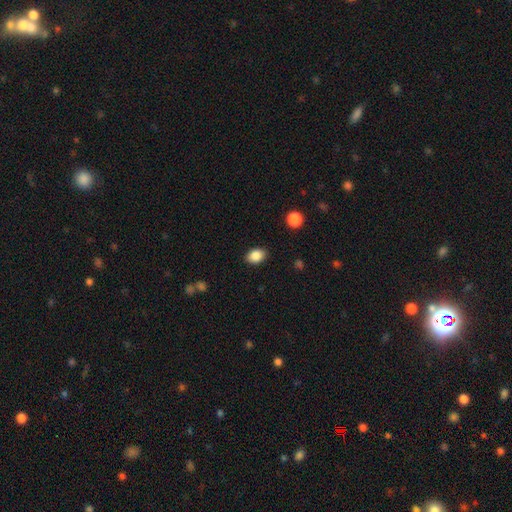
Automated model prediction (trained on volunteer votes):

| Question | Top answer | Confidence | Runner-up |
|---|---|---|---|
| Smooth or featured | smooth | 86% | star or artifact (9%) |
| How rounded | in between | 76% | round (23%) |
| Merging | none | 88% | minor disturbance (9%) |